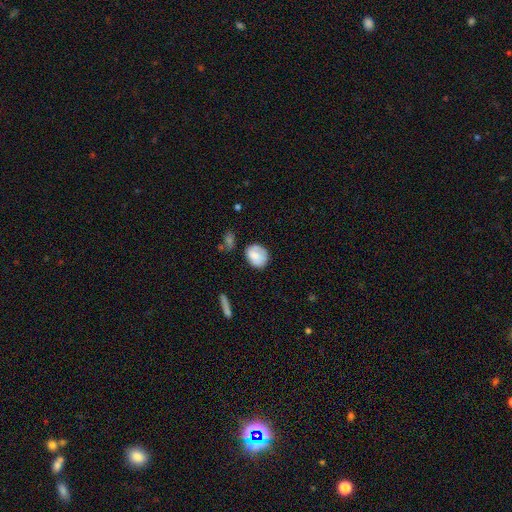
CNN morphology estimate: The model was most divided on "how rounded": round: 56%, in between: 43%, cigar-shaped: 1%. More confident: smooth or featured — smooth (74%); merging — none (64%).